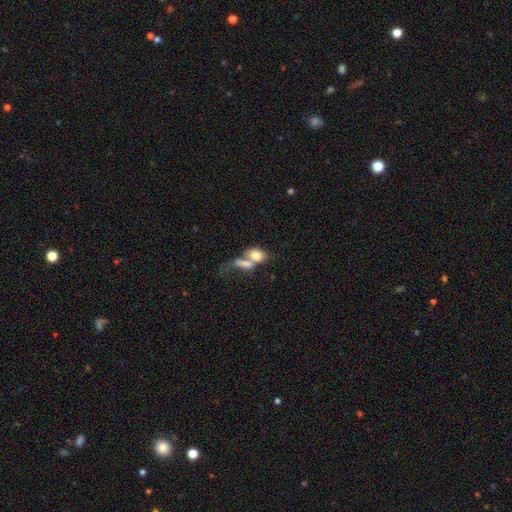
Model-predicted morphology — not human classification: This appears to be a smooth galaxy with no disk features (72%) that is in between round and cigar-shaped (74%). Merging: merger (66%).